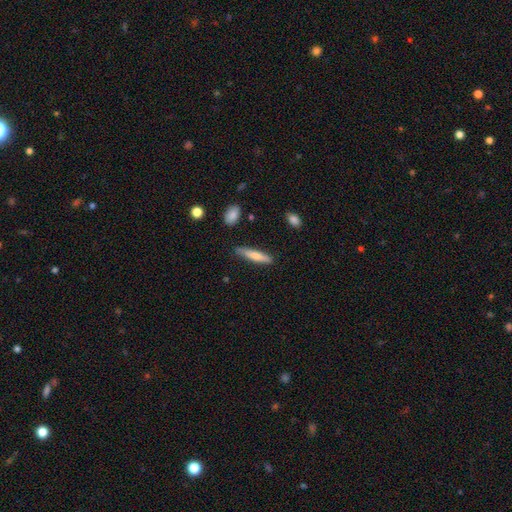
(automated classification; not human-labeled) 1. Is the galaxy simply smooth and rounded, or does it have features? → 71% smooth, 23% featured or disk, 6% star or artifact.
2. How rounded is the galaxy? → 86% cigar-shaped, 13% in between, 1% round.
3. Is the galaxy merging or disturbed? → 81% none, 14% minor disturbance, 3% major disturbance, 2% merger.